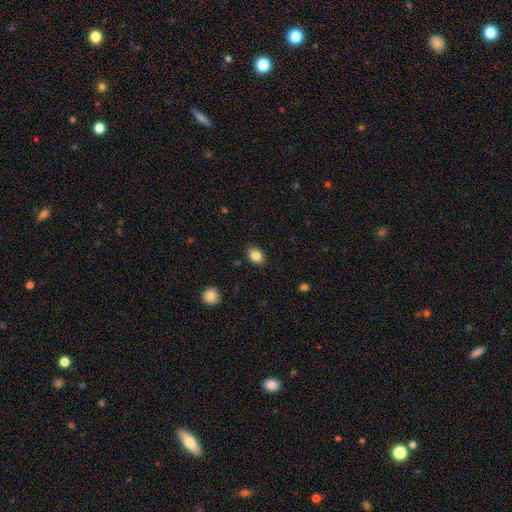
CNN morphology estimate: Smooth or featured?
  - smooth: 85% *
  - star or artifact: 9%
  - featured or disk: 6%
How rounded?
  - in between: 74% *
  - round: 25%
  - cigar-shaped: 1%
Merging?
  - none: 86% *
  - minor disturbance: 10%
  - major disturbance: 2%
  - merger: 1%